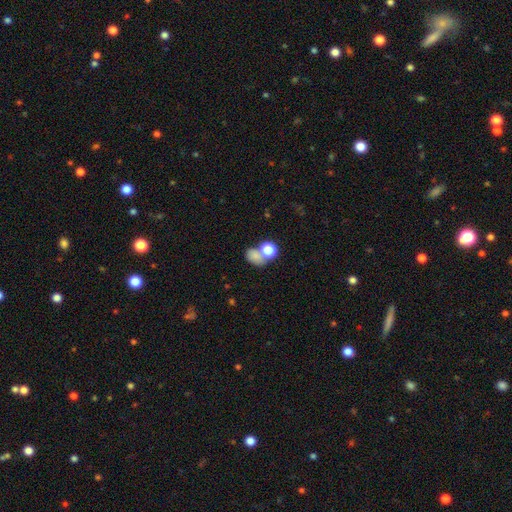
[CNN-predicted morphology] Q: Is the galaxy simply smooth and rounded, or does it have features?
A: smooth — 74%.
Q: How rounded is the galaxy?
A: in between — 54%.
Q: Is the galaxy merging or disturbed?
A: merger — 41%.